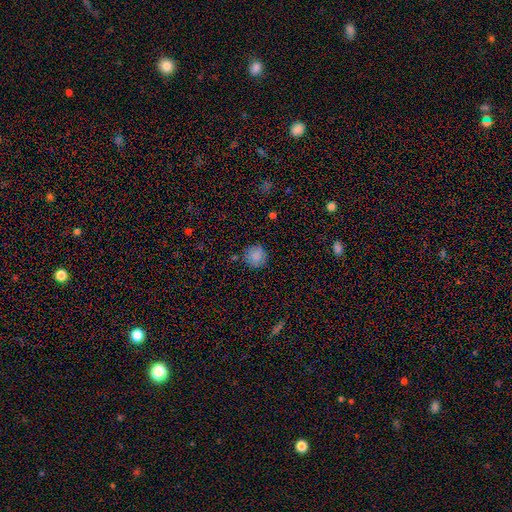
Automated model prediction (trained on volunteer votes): Q: Smooth or featured?
A: smooth (84%); runner-up: star or artifact (11%)
Q: How rounded?
A: round (93%); runner-up: in between (6%)
Q: Merging?
A: none (84%); runner-up: minor disturbance (11%)